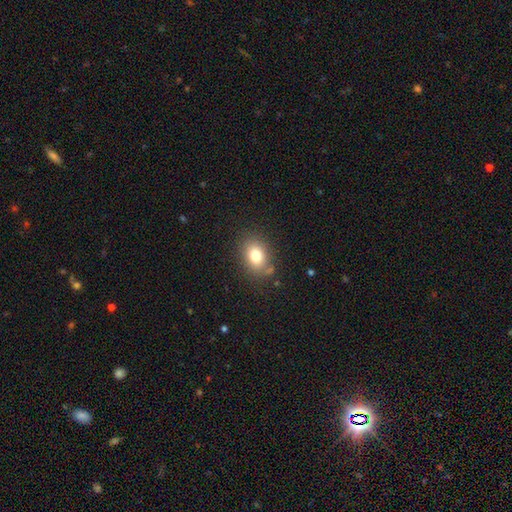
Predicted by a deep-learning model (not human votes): Morphology: type=smooth (80%); roundness=in between (65%); merging=none (79%).